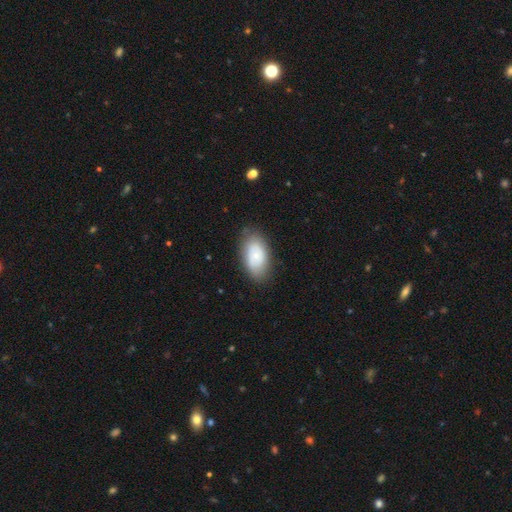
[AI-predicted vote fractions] Smooth or featured: smooth — 64% (featured or disk — 29%)
How rounded: in between — 93% (round — 6%)
Merging: none — 77% (minor disturbance — 16%)